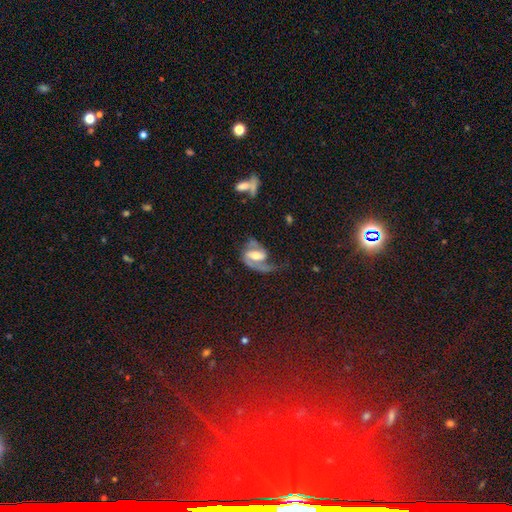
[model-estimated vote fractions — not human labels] smooth-or-featured: featured or disk: 83% | smooth: 10% | star or artifact: 7%
  disk-edge-on: no: 97% | yes: 3%
    bar: weak: 44% | strong: 36% | no: 21%
    has-spiral-arms: yes: 95% | no: 5%
      spiral-winding: medium: 49% | loose: 31% | tight: 20%
      spiral-arm-count: 2: 79% | 1: 14% | can't tell: 3% | 3: 1% | 4: 1% | more than 4: 1%
    bulge-size: moderate: 64% | small: 19% | large: 13% | none: 2% | dominant: 1%
  merging: none: 51% | major disturbance: 25% | minor disturbance: 21% | merger: 3%